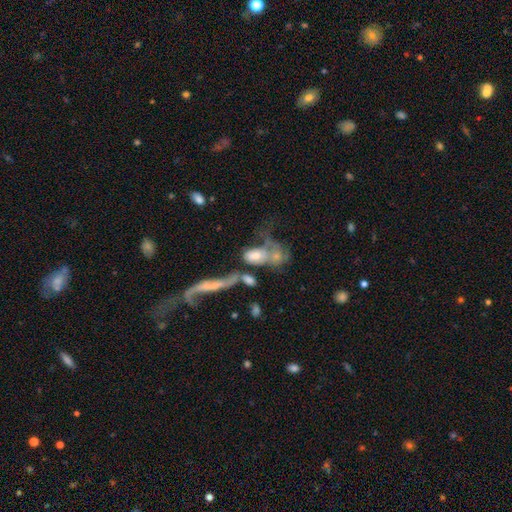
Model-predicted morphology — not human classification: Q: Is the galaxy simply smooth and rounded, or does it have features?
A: smooth — 45%.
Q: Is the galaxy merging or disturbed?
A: merger — 51%.